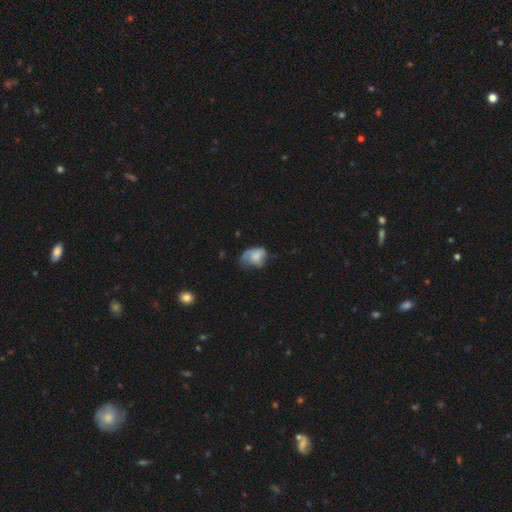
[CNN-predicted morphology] A smooth galaxy with no disk features (61%) that is in between round and cigar-shaped (76%).

Vote fractions:
- Smooth or featured? smooth: 61% / featured or disk: 31% / star or artifact: 9%
- How rounded? in between: 76% / round: 22% / cigar-shaped: 1%
- Merging? minor disturbance: 37% / major disturbance: 31% / none: 29% / merger: 3%